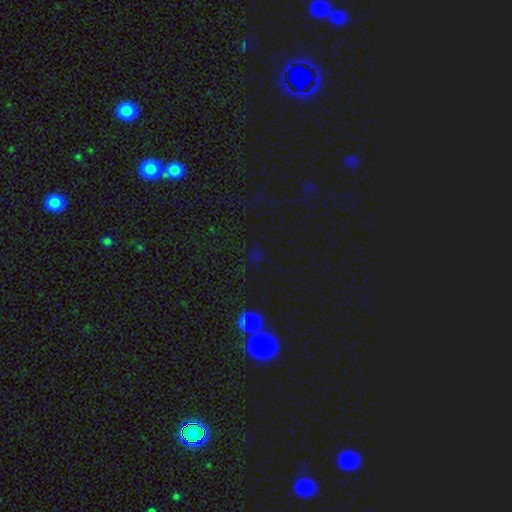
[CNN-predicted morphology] This is likely a star or artifact rather than a galaxy (69%).